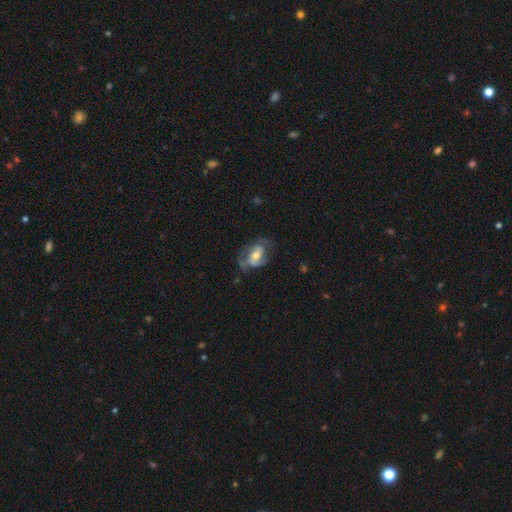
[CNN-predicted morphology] This is likely a featured or disk galaxy (63%). It is clearly not viewed edge-on (94%). Bar: marginally no (43%). Spiral arm pattern: likely yes (74%). Central bulge: likely moderate (64%). Merging: possibly none (48%).